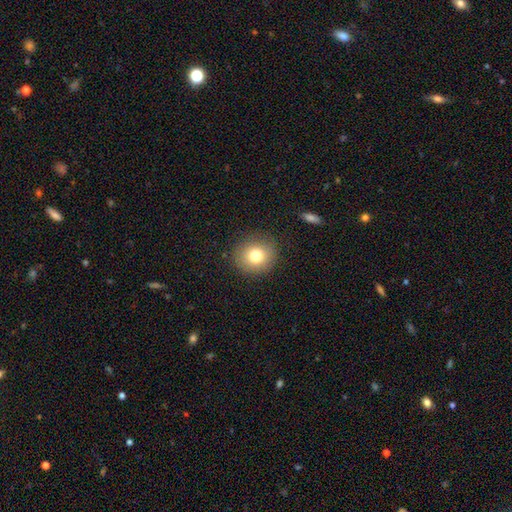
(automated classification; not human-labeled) Q: Smooth or featured?
A: smooth (78%); runner-up: featured or disk (11%)
Q: How rounded?
A: round (87%); runner-up: in between (12%)
Q: Merging?
A: none (89%); runner-up: minor disturbance (7%)